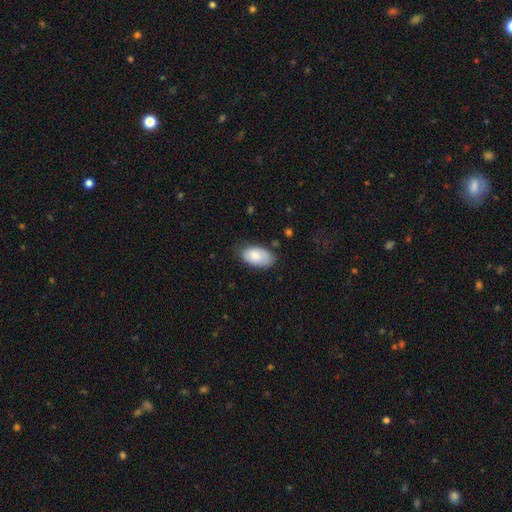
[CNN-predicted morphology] This appears to be a smooth galaxy with no disk features (84%) that is in between round and cigar-shaped (95%). Merging: none (72%).